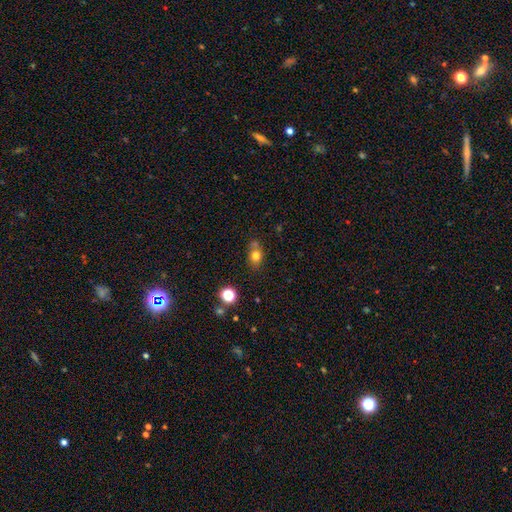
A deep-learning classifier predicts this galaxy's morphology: Smooth or featured: smooth — 75% (star or artifact — 14%)
How rounded: round — 52% (in between — 46%)
Merging: none — 57% (merger — 19%)